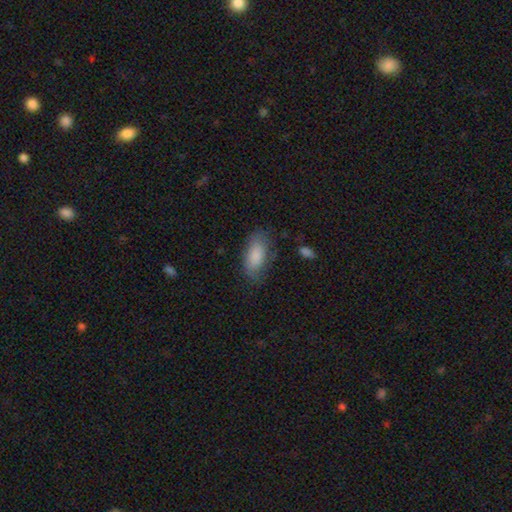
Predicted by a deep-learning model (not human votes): A smooth galaxy with no disk features (82%) that is in between round and cigar-shaped (91%). Merging: none (66%).